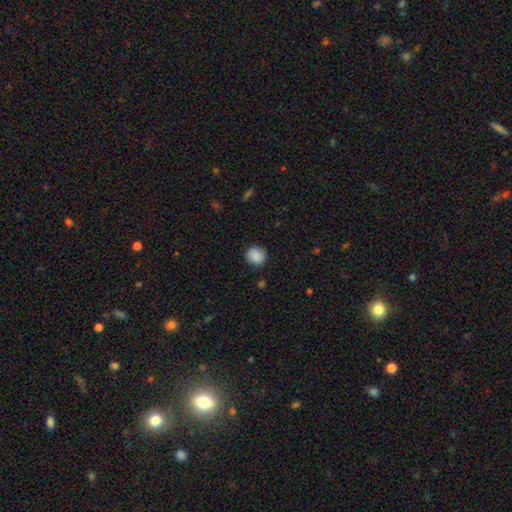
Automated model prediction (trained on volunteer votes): Overall: smooth (87%). How rounded: round (84%). Merging: none (86%).